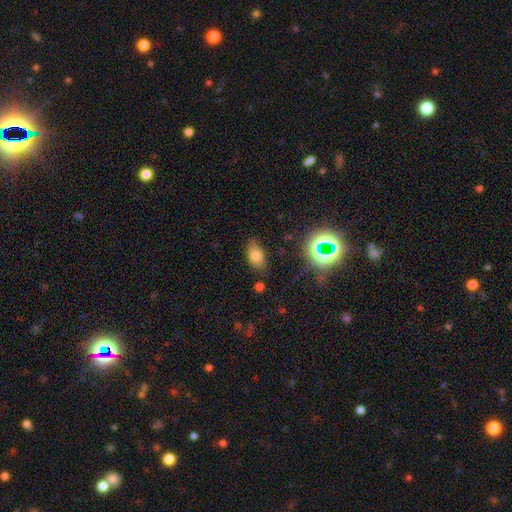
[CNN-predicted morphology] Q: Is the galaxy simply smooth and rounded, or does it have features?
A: smooth — 72%.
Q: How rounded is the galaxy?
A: in between — 89%.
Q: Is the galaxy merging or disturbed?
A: none — 74%.